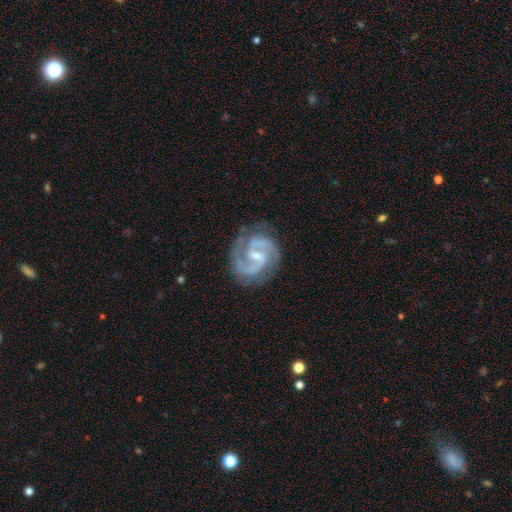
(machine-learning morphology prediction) Overall: featured or disk (92%). Edge-on disk: no (98%). Bar: weak (54%; no 23%). Spiral arms: yes (98%). Spiral arm count: 2 (90%). Spiral winding: medium (61%; tight 26%). Bulge size: small (62%; moderate 31%). Merging: none (78%).